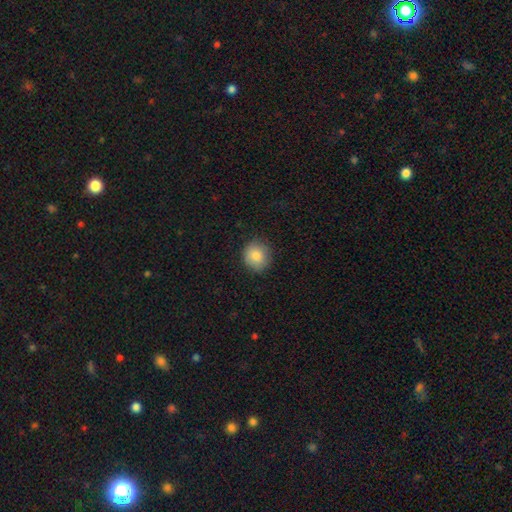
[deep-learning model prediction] Smooth or featured? smooth (83%)
How rounded? round (88%)
Merging? none (86%)